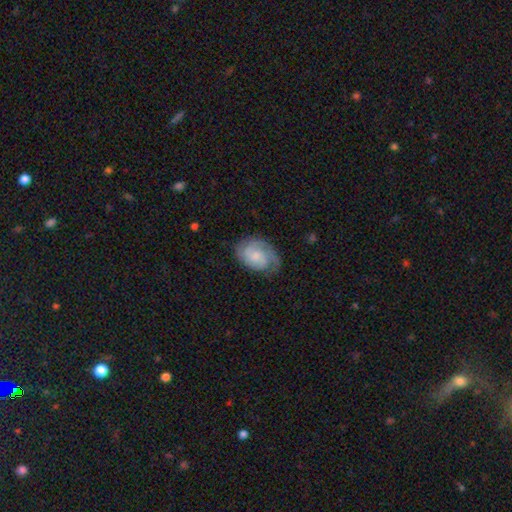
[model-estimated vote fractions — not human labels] A featured or disk galaxy (62%) with no bar (66%), 2 (45%) tight (47%) spiral arms (91%) and a small central bulge (42%).

Vote fractions:
- Smooth or featured? featured or disk: 62% / smooth: 32% / star or artifact: 7%
- Edge-on disk? no: 97% / yes: 3%
- Bar? no: 66% / weak: 31% / strong: 4%
- Spiral arms? yes: 91% / no: 9%
- Spiral winding? tight: 47% / medium: 39% / loose: 14%
- Spiral arm count? 2: 45% / can't tell: 21% / 1: 21% / 3: 9% / 4: 2% / more than 4: 2%
- Bulge size? small: 42% / moderate: 30% / none: 20% / large: 6% / dominant: 2%
- Merging? none: 63% / minor disturbance: 24% / major disturbance: 11% / merger: 1%